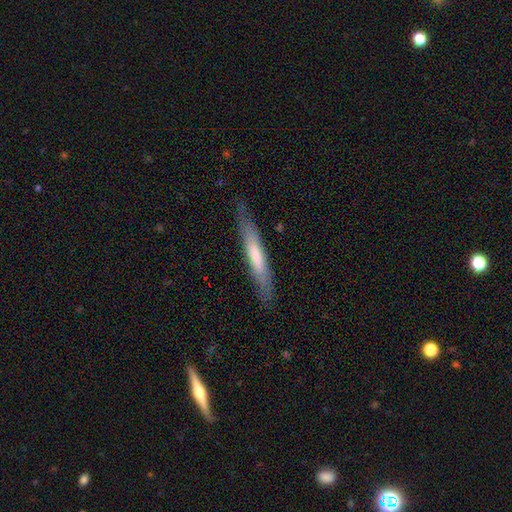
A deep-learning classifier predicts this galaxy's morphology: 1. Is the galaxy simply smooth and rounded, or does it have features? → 59% smooth, 35% featured or disk, 6% star or artifact.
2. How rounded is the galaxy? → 89% cigar-shaped, 10% in between, 1% round.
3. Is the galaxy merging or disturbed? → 77% none, 16% minor disturbance, 5% major disturbance, 1% merger.